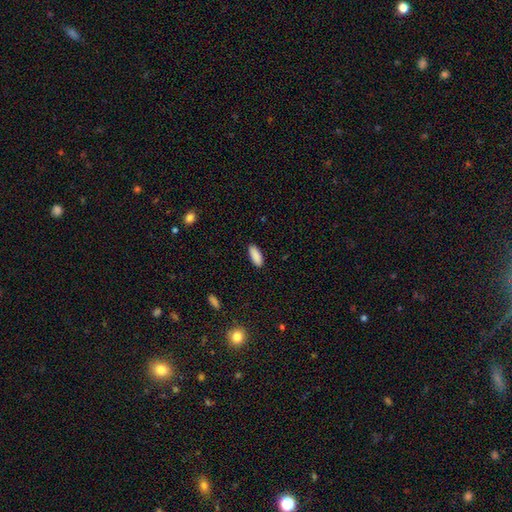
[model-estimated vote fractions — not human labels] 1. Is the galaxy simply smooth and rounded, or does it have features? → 90% smooth, 7% star or artifact, 4% featured or disk.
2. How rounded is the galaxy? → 75% in between, 23% cigar-shaped, 2% round.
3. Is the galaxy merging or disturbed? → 89% none, 8% minor disturbance, 2% major disturbance, 1% merger.